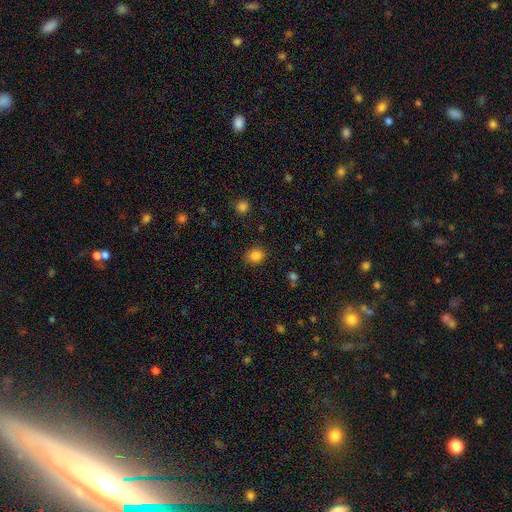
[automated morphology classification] A smooth galaxy with no disk features (84%) that is round (68%). Merging: none (82%).